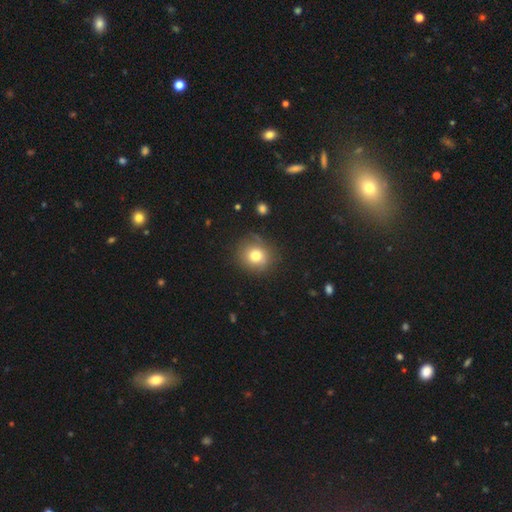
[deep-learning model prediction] This appears to be a smooth galaxy with no disk features (77%) that is round (84%). Merging: none (80%).